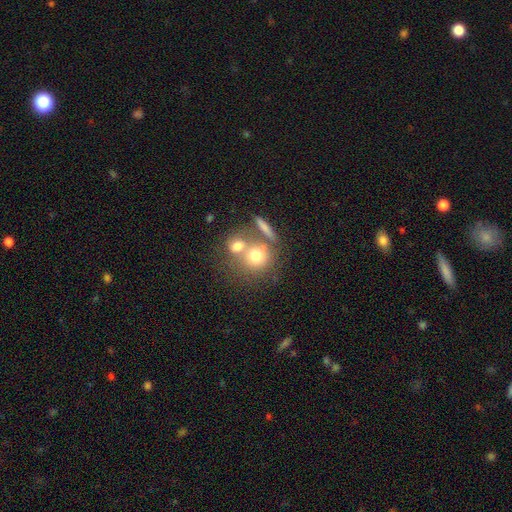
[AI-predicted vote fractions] The model was most divided on "merging": merger: 45%, none: 40%, minor disturbance: 9%, major disturbance: 6%. More confident: how rounded — round (82%); smooth or featured — smooth (69%).